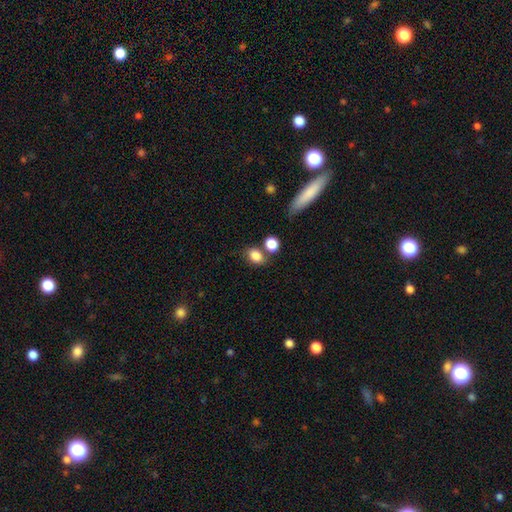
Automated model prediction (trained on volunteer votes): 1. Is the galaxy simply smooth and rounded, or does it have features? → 83% smooth, 10% star or artifact, 7% featured or disk.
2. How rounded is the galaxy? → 61% in between, 37% round, 2% cigar-shaped.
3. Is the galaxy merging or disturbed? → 58% none, 24% merger, 13% minor disturbance, 5% major disturbance.